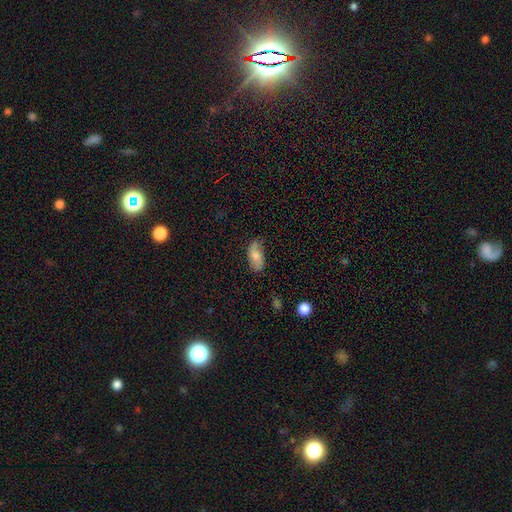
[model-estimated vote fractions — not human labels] This is likely a smooth galaxy (66%). How rounded: clearly in between (89%). Merging: likely none (62%).